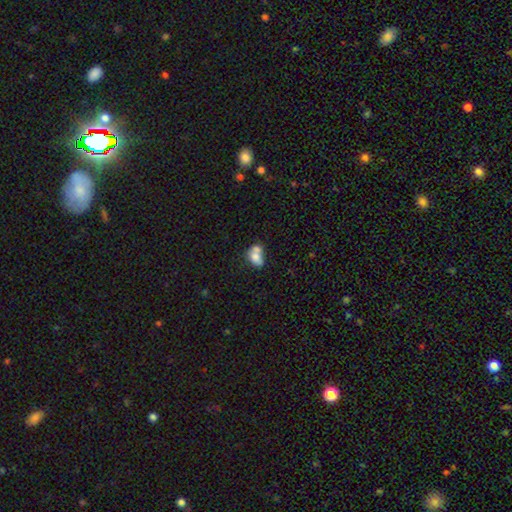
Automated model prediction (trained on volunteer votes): smooth 72%, featured or disk 19%, star or artifact 9%. Down the decision tree: how rounded — in between (73%); merging — merger (59%).